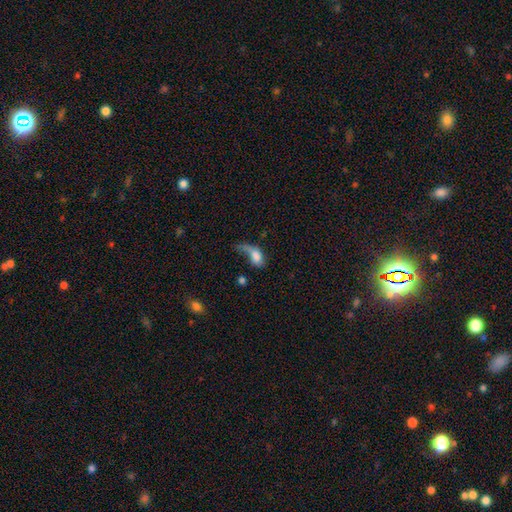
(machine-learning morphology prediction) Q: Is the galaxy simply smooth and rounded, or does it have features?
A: smooth — 64%.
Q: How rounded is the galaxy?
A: in between — 80%.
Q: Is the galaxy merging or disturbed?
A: major disturbance — 51%.